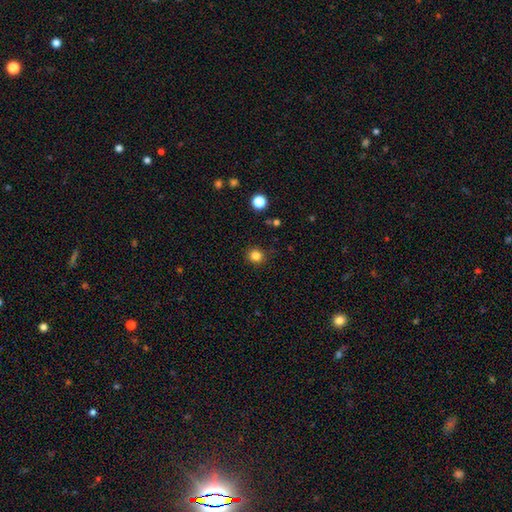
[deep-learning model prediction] smooth 83%, star or artifact 13%, featured or disk 4%. Down the decision tree: how rounded — round (91%); merging — none (90%).